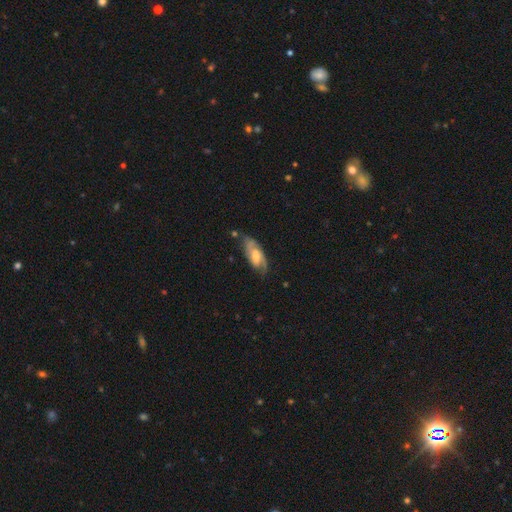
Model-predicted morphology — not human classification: Smooth or featured? featured or disk (63%)
Edge-on disk? no (89%)
Bar? no (44%, tied with weak)
Spiral arms? yes (89%)
Bulge size? moderate (41%)
Merging? none (61%)